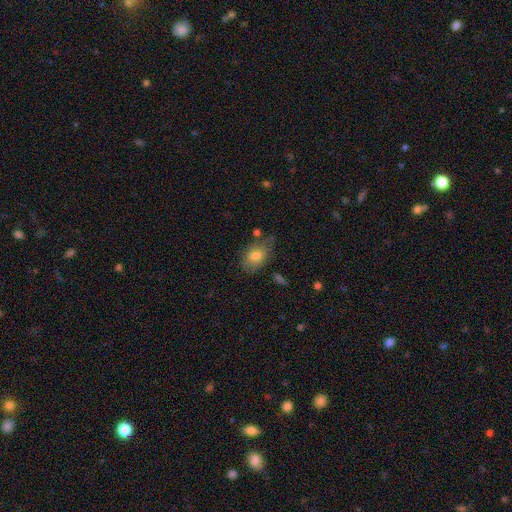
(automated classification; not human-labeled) Q: Smooth or featured?
A: smooth (76%); runner-up: featured or disk (16%)
Q: How rounded?
A: in between (83%); runner-up: round (15%)
Q: Merging?
A: none (65%); runner-up: minor disturbance (24%)